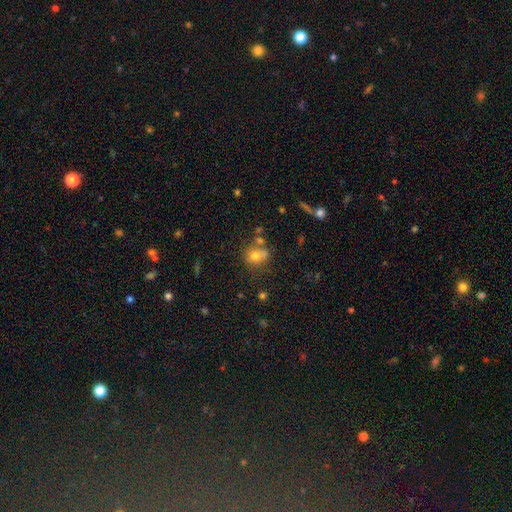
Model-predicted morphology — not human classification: A smooth galaxy with no disk features (72%) that is round (57%). Merging: none (51%).